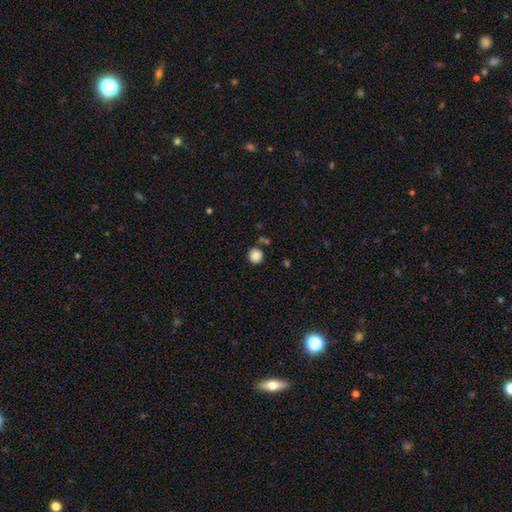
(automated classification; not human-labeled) Morphology: type=smooth (87%); roundness=round (94%); merging=none (80%).